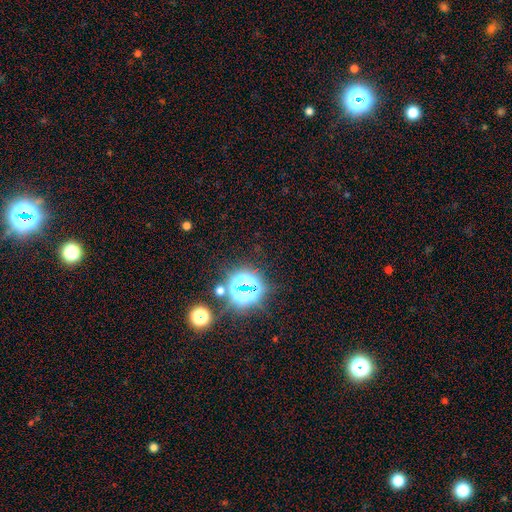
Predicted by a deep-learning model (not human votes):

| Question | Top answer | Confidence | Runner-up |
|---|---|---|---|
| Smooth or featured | star or artifact | 76% | smooth (16%) |